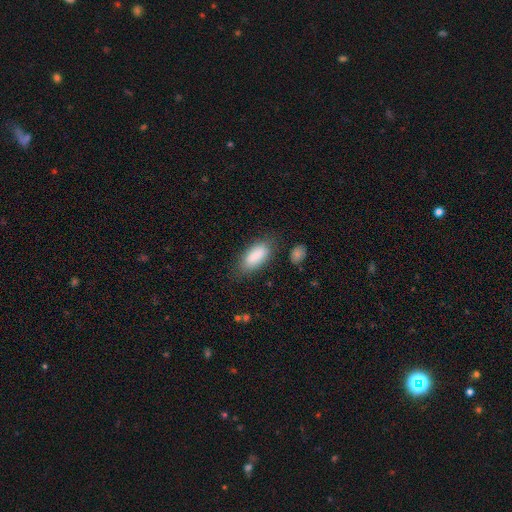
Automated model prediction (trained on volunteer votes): smooth 87%, star or artifact 7%, featured or disk 6%. Down the decision tree: how rounded — in between (86%); merging — none (74%).